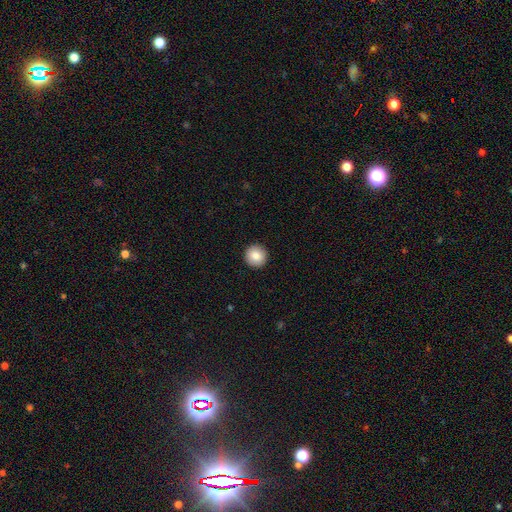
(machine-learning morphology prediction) Smooth or featured: smooth — 85% (star or artifact — 8%)
How rounded: round — 96% (in between — 3%)
Merging: none — 93% (minor disturbance — 4%)